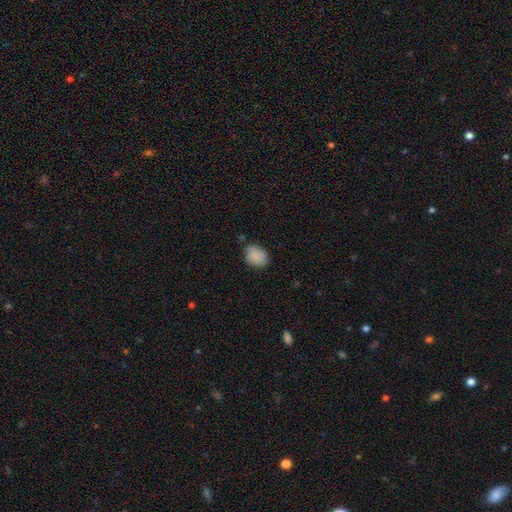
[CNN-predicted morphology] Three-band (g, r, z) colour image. It shows a smooth galaxy with no disk features (81%) that is in between round and cigar-shaped (59%). Merging: none (68%).